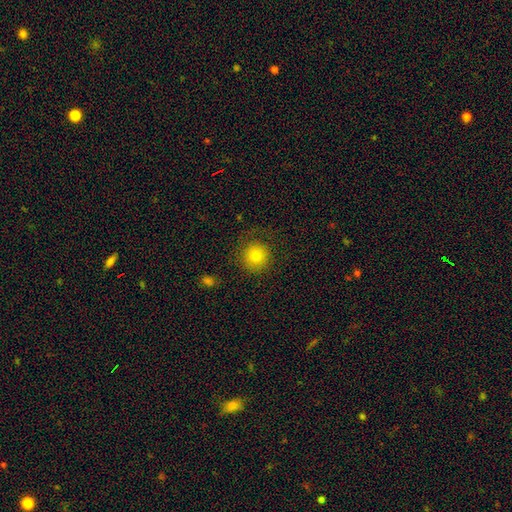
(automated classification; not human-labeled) smooth 80%, star or artifact 11%, featured or disk 9%. Down the decision tree: how rounded — round (93%); merging — none (81%).